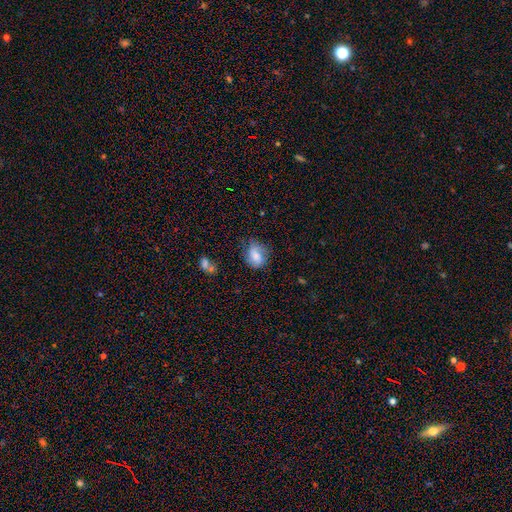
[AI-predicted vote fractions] Smooth or featured? Predicted: smooth (p=0.70). How rounded? Predicted: in between (p=0.58). Merging? Predicted: none (p=0.59).